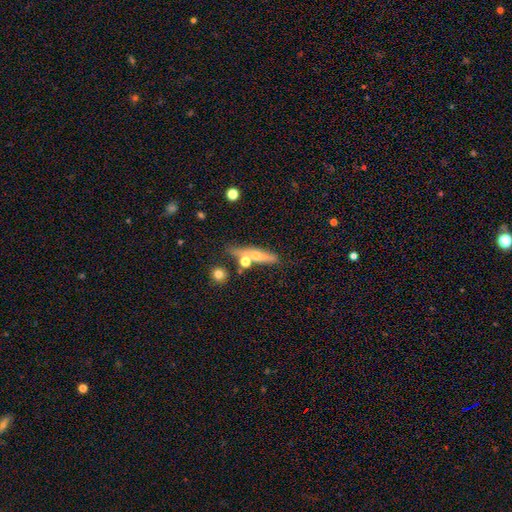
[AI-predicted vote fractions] A smooth galaxy with no disk features (49%).

Vote fractions:
- Smooth or featured? smooth: 49% / featured or disk: 42% / star or artifact: 9%
- Merging? none: 62% / merger: 17% / minor disturbance: 15% / major disturbance: 6%